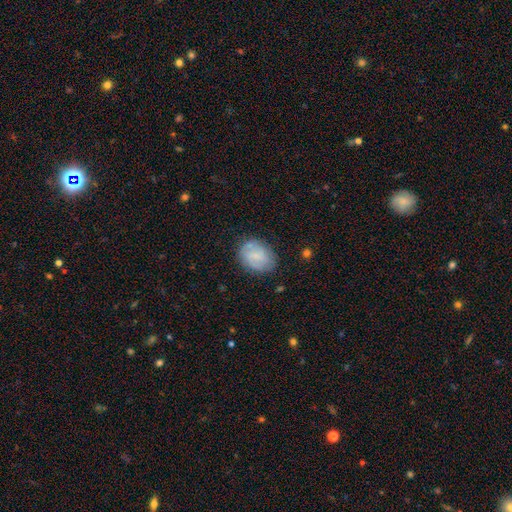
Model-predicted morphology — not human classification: A smooth galaxy with no disk features (56%) that is in between round and cigar-shaped (64%).

Vote fractions:
- Smooth or featured? smooth: 56% / featured or disk: 36% / star or artifact: 8%
- How rounded? in between: 64% / round: 35% / cigar-shaped: 1%
- Merging? none: 75% / minor disturbance: 18% / major disturbance: 5% / merger: 2%